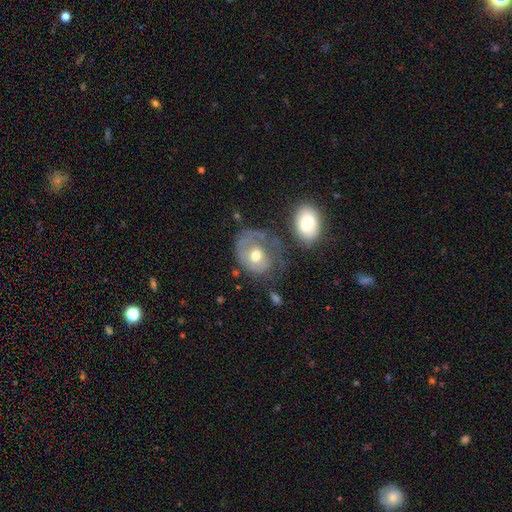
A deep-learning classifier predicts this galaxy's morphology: Smooth or featured: featured or disk — 51% (smooth — 41%)
Edge-on disk: no — 96% (yes — 4%)
Merging: major disturbance — 35% (none — 31%)